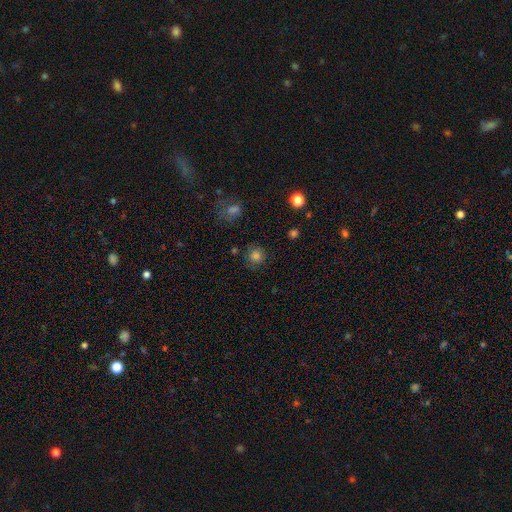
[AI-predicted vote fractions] Smooth or featured?
  - smooth: 80% *
  - star or artifact: 14%
  - featured or disk: 6%
How rounded?
  - round: 90% *
  - in between: 9%
  - cigar-shaped: 1%
Merging?
  - none: 81% *
  - minor disturbance: 12%
  - major disturbance: 4%
  - merger: 3%